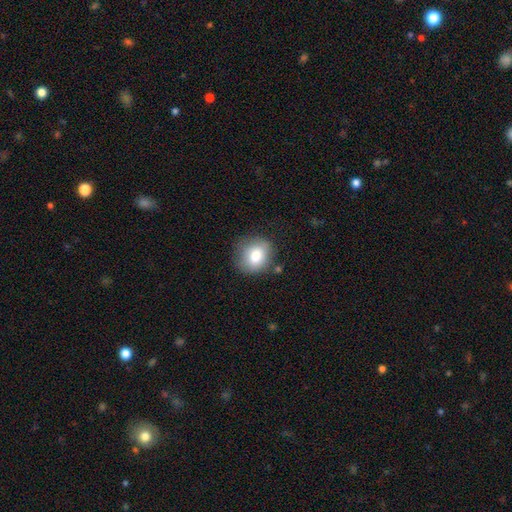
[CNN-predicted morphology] smooth-or-featured: smooth: 80% | featured or disk: 11% | star or artifact: 9%
  how-rounded: round: 70% | in between: 29% | cigar-shaped: 1%
  merging: none: 74% | minor disturbance: 18% | major disturbance: 5% | merger: 3%